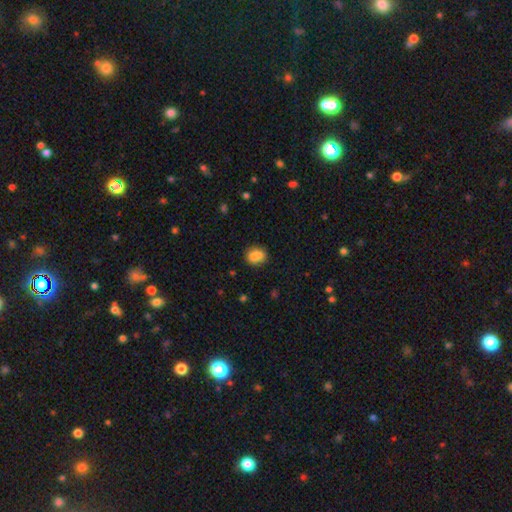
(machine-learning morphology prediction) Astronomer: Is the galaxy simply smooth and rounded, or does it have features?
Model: smooth — 81%.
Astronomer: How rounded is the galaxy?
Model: round — 53% (runner-up: in between, 45%).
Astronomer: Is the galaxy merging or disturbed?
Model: none — 63%.